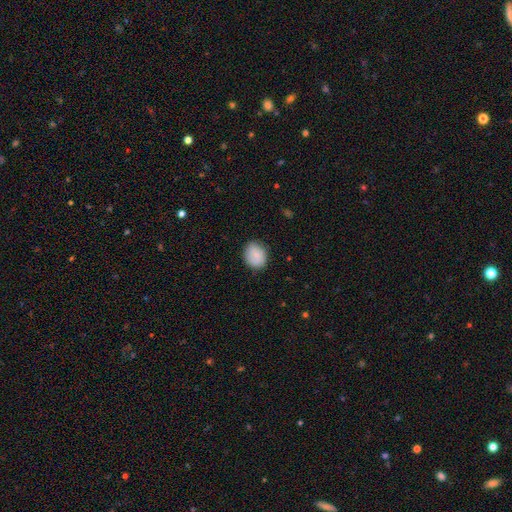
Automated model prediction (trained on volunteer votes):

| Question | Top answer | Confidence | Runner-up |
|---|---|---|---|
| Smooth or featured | smooth | 77% | featured or disk (16%) |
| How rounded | round | 58% | in between (41%) |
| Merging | none | 81% | minor disturbance (15%) |